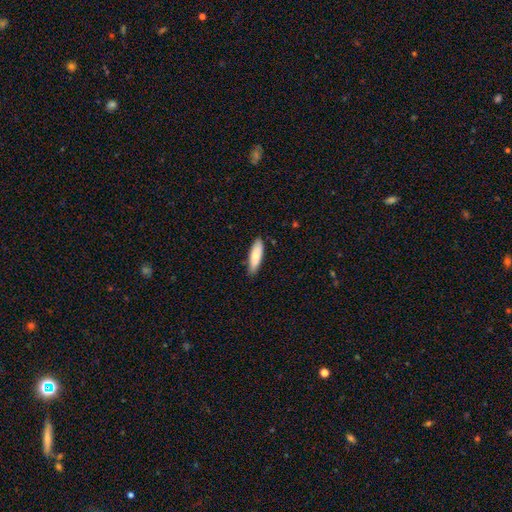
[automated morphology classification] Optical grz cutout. It shows a smooth galaxy with no disk features (77%) that is cigar-shaped (51%). Merging: none (86%).